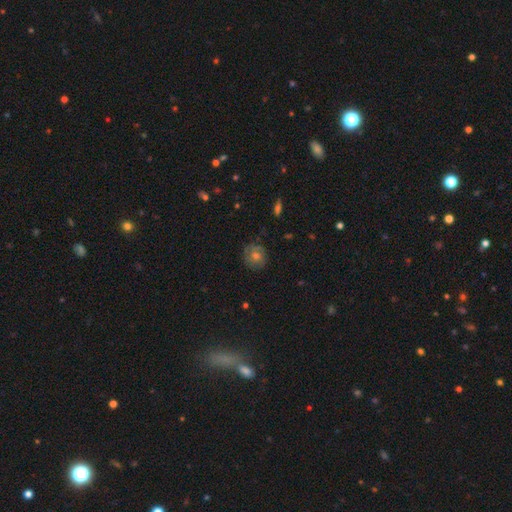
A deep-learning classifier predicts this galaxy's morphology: smooth 47%, featured or disk 33%, star or artifact 19%. Down the decision tree: merging — none (81%).